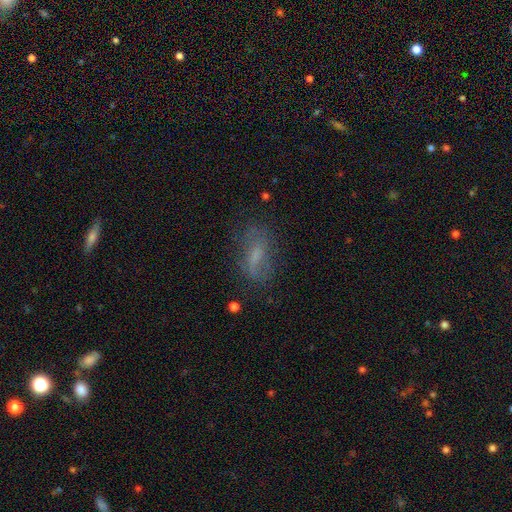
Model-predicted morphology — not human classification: The model was most divided on "smooth or featured": smooth: 50%, featured or disk: 35%, star or artifact: 15%. More confident: merging — none (66%).